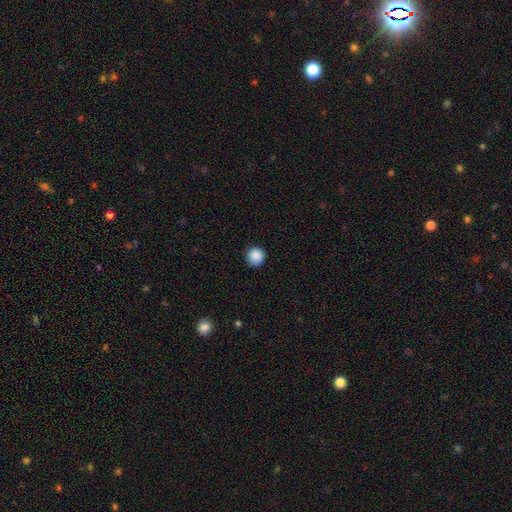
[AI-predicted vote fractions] Smooth or featured?
  - smooth: 88% *
  - star or artifact: 9%
  - featured or disk: 2%
How rounded?
  - round: 94% *
  - in between: 5%
  - cigar-shaped: 1%
Merging?
  - none: 90% *
  - minor disturbance: 8%
  - major disturbance: 2%
  - merger: 1%